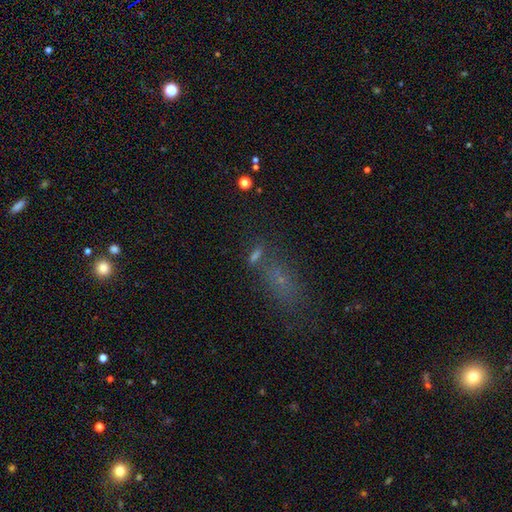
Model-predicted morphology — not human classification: type=smooth (48%); merging=none (45%).